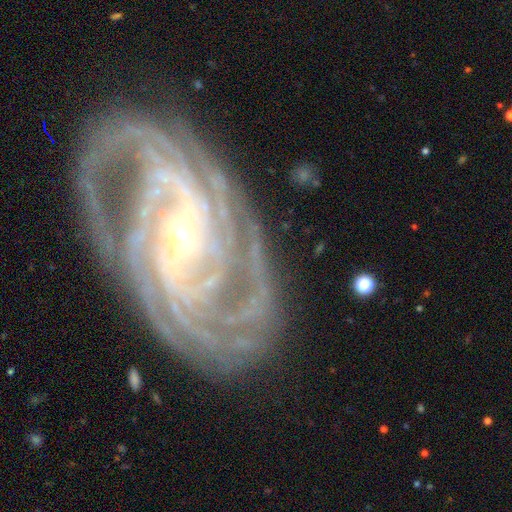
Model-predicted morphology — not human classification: Smooth or featured? Predicted: featured or disk (p=0.90). Edge-on disk? Predicted: no (p=0.96). Bar? Predicted: no (p=0.34). Spiral arms? Predicted: yes (p=0.98). Spiral winding? Predicted: tight (p=0.70). Spiral arm count? Predicted: 4 (p=0.23). Bulge size? Predicted: small (p=0.66). Merging? Predicted: none (p=0.74).